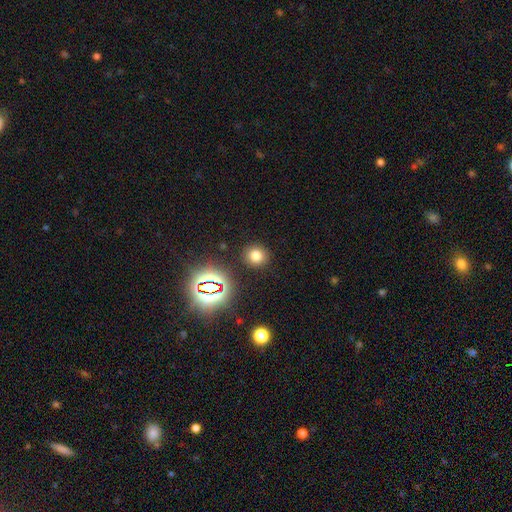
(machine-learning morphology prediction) smooth_or_featured: smooth (p=0.72) [alt: star or artifact p=0.21]
how_rounded: round (p=0.87) [alt: in between p=0.12]
merging: none (p=0.89) [alt: minor disturbance p=0.06]